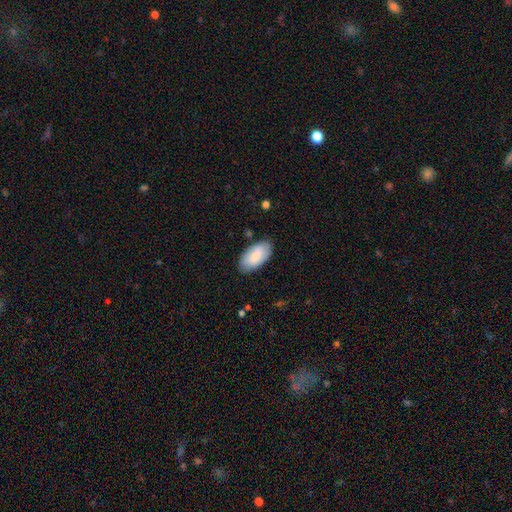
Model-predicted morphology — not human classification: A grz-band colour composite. It shows a smooth galaxy with no disk features (72%) that is in between round and cigar-shaped (94%). Merging: none (83%).